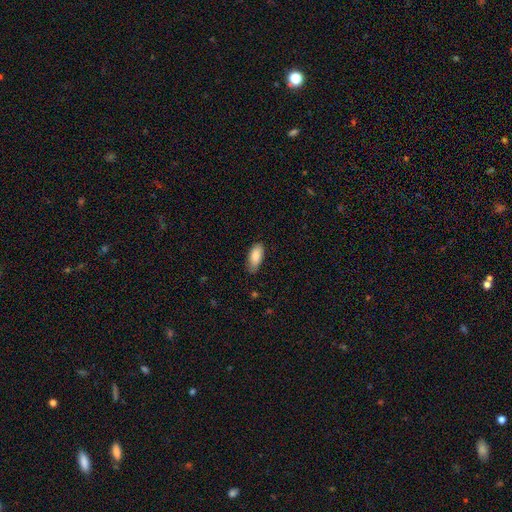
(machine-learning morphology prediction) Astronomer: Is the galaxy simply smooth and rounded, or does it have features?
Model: smooth — 87%.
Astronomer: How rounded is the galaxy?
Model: in between — 86%.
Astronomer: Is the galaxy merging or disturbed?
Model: none — 76%.